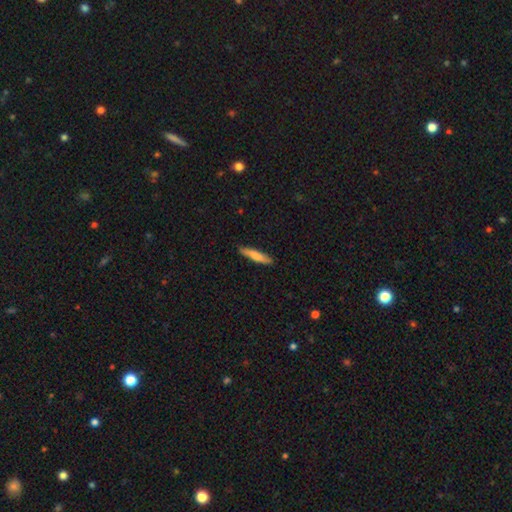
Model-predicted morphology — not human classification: smooth_or_featured: smooth (p=0.72) [alt: featured or disk p=0.23]
how_rounded: cigar-shaped (p=0.87) [alt: in between p=0.12]
merging: none (p=0.88) [alt: minor disturbance p=0.09]